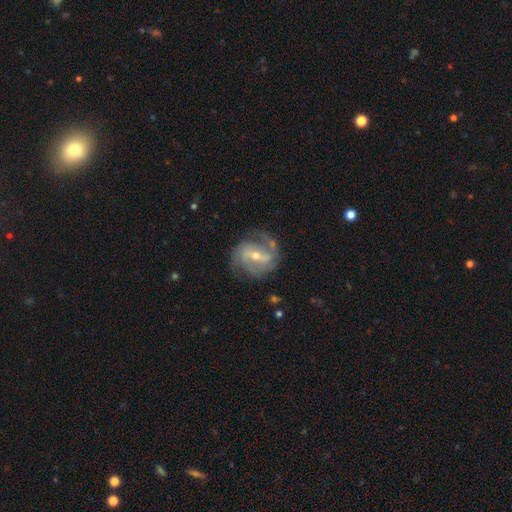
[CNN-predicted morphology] A featured or disk galaxy (82%) with a weak bar (43%), 2 (67%) medium (46%) spiral arms (90%) and a moderate central bulge (51%).

Vote fractions:
- Smooth or featured? featured or disk: 82% / smooth: 12% / star or artifact: 6%
- Edge-on disk? no: 96% / yes: 4%
- Bar? weak: 43% / strong: 41% / no: 16%
- Spiral arms? yes: 90% / no: 10%
- Spiral winding? medium: 46% / tight: 30% / loose: 25%
- Spiral arm count? 2: 67% / can't tell: 14% / 3: 8% / 1: 7% / 4: 2% / more than 4: 2%
- Bulge size? moderate: 51% / small: 45% / large: 2% / none: 1% / dominant: 1%
- Merging? none: 63% / minor disturbance: 21% / major disturbance: 13% / merger: 3%